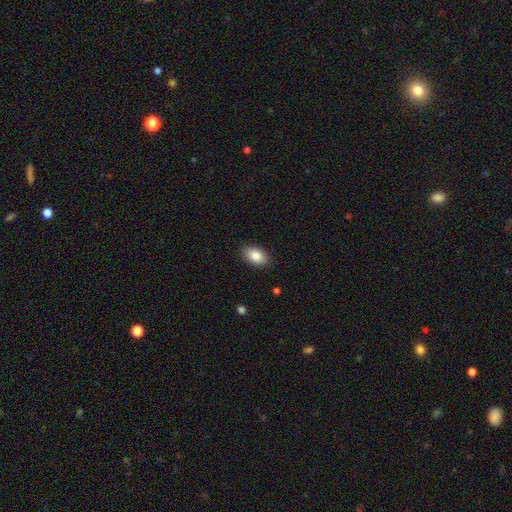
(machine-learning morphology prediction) type=smooth (86%); roundness=in between (91%); merging=none (88%).